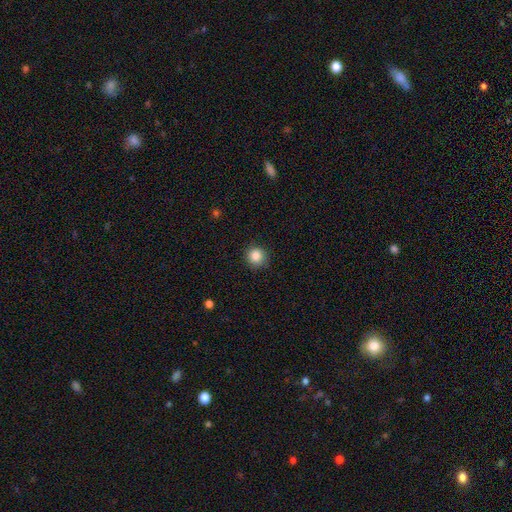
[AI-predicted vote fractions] smooth_or_featured: smooth (p=0.86) [alt: star or artifact p=0.10]
how_rounded: round (p=0.93) [alt: in between p=0.06]
merging: none (p=0.89) [alt: minor disturbance p=0.08]